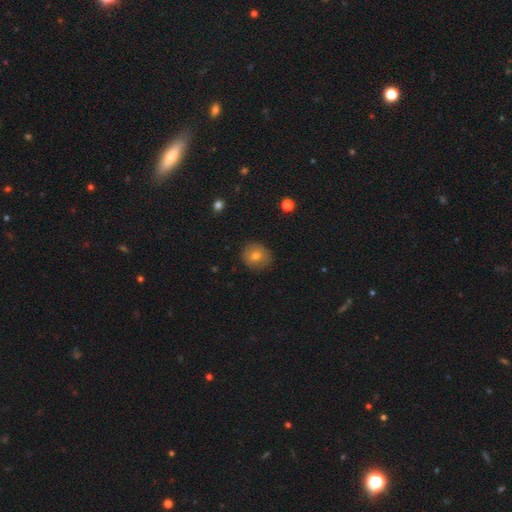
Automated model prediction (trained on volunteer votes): Overall: smooth (71%). How rounded: round (78%). Merging: none (85%).